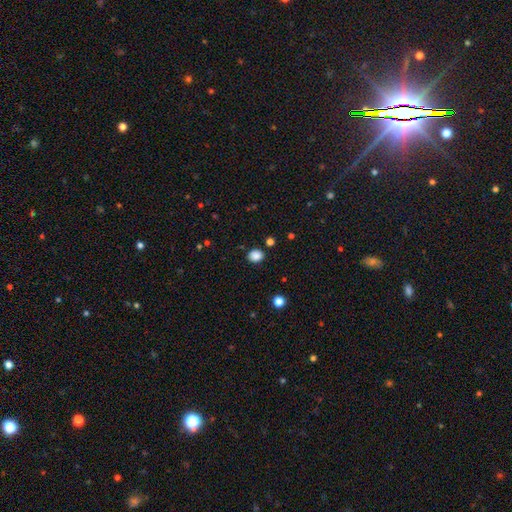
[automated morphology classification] Smooth or featured?
  - smooth: 86% *
  - star or artifact: 11%
  - featured or disk: 3%
How rounded?
  - round: 59% *
  - in between: 40%
  - cigar-shaped: 1%
Merging?
  - none: 86% *
  - minor disturbance: 9%
  - major disturbance: 3%
  - merger: 2%